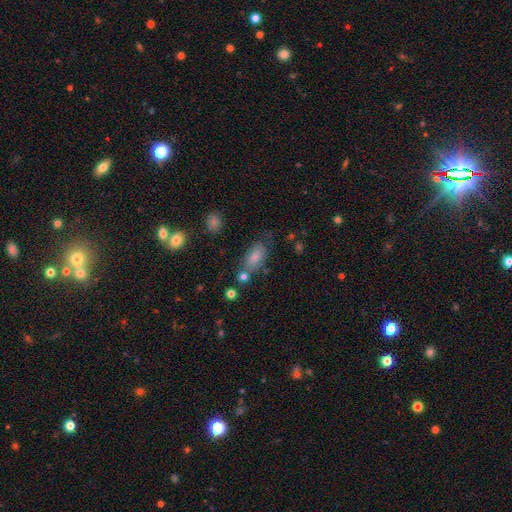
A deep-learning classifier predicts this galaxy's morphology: Smooth or featured? smooth (69%)
How rounded? in between (84%)
Merging? none (65%)